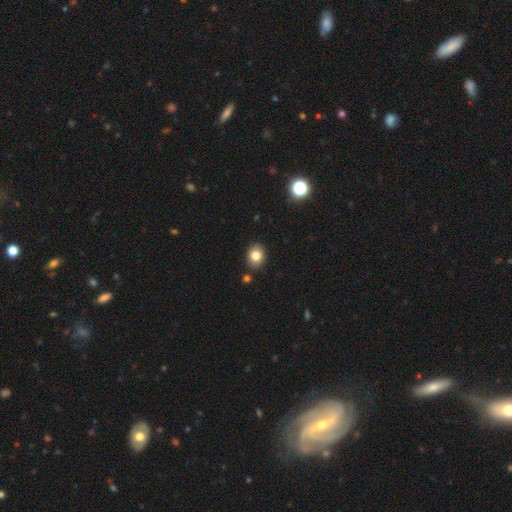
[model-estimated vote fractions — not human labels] smooth_or_featured: smooth (p=0.81) [alt: star or artifact p=0.11]
how_rounded: round (p=0.56) [alt: in between p=0.43]
merging: none (p=0.86) [alt: minor disturbance p=0.09]